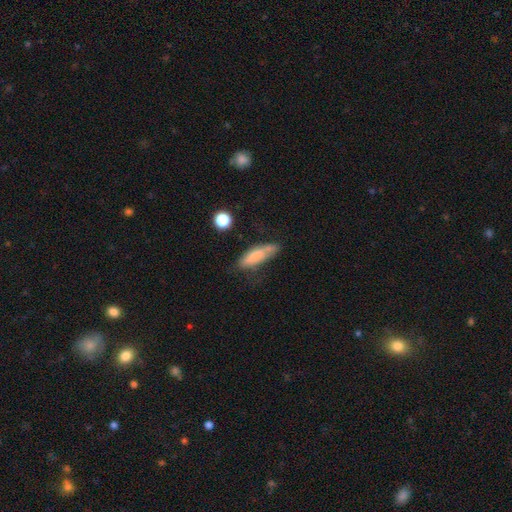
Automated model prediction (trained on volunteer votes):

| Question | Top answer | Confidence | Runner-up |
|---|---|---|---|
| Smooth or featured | smooth | 72% | featured or disk (20%) |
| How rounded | cigar-shaped | 50% | in between (48%) |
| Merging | none | 52% | minor disturbance (31%) |